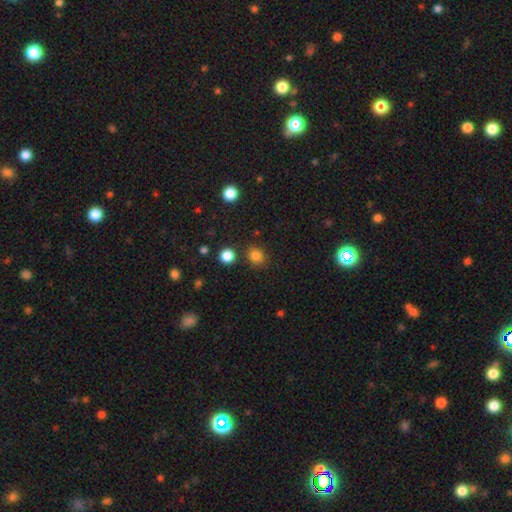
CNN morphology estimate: type=smooth (82%); roundness=round (80%); merging=none (85%).